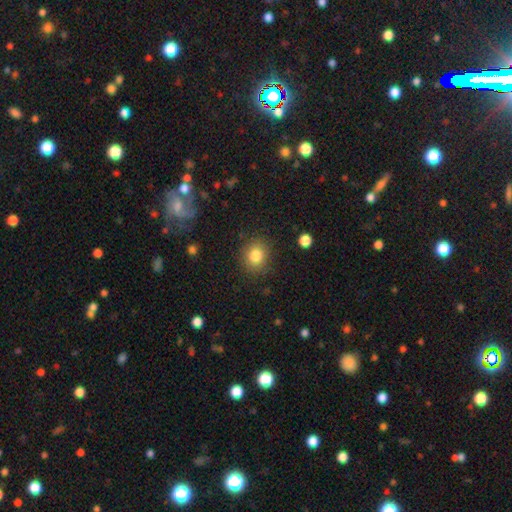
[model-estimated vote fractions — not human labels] This appears to be a smooth galaxy with no disk features (83%) that is round (78%). Merging: none (85%).